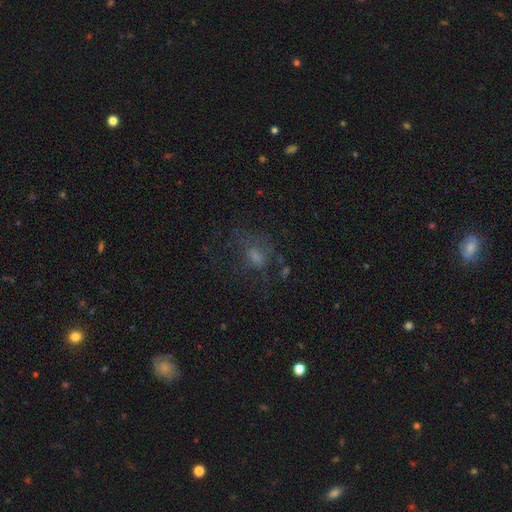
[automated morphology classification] This appears to be a smooth galaxy with no disk features (40%). Merging: none (48%).